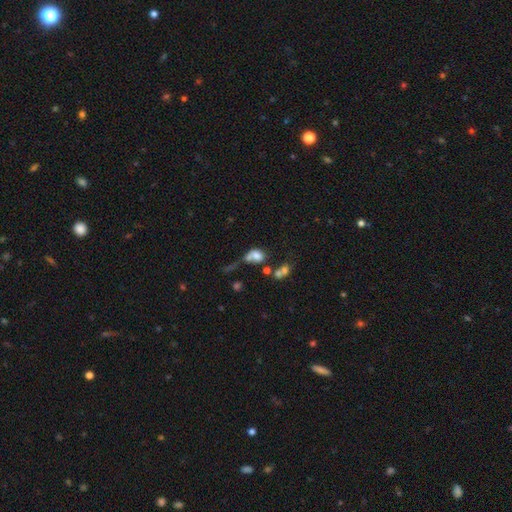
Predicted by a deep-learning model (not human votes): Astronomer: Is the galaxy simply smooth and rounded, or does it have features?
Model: smooth — 65%.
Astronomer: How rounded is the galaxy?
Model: in between — 57% (runner-up: round, 41%).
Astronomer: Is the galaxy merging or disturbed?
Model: merger — 41% (runner-up: major disturbance, 24%).